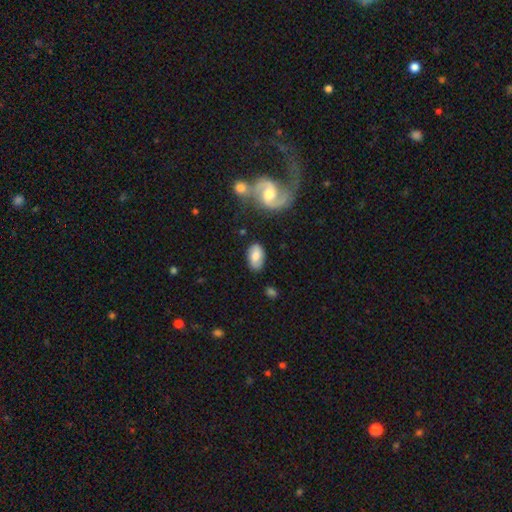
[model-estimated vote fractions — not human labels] smooth 73%, featured or disk 20%, star or artifact 7%. Down the decision tree: how rounded — in between (93%); merging — none (76%).